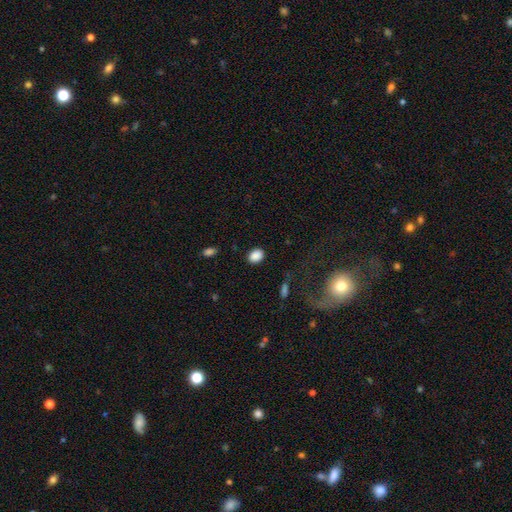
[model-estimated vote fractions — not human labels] The model was most divided on "how rounded": in between: 66%, round: 32%, cigar-shaped: 1%. More confident: smooth or featured — smooth (88%); merging — none (87%).